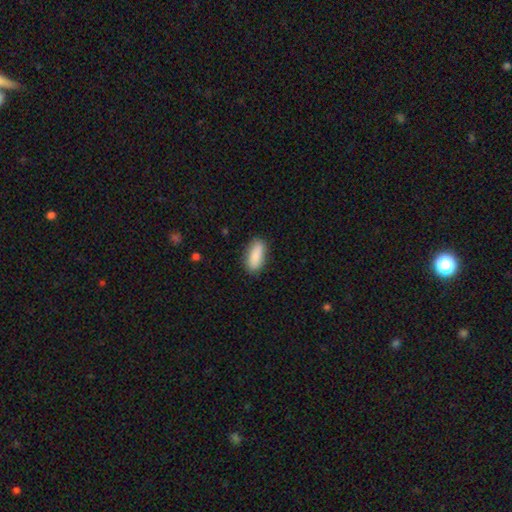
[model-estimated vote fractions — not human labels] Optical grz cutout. It shows a smooth galaxy with no disk features (88%) that is in between round and cigar-shaped (77%). Merging: none (86%).